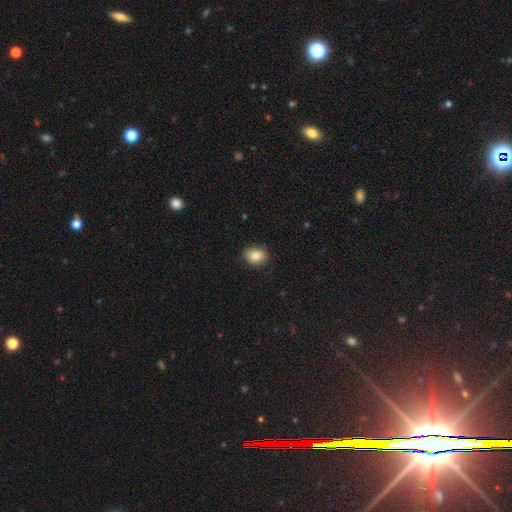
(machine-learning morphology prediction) The model was most divided on "how rounded": round: 50%, in between: 49%, cigar-shaped: 1%. More confident: merging — none (87%); smooth or featured — smooth (83%).